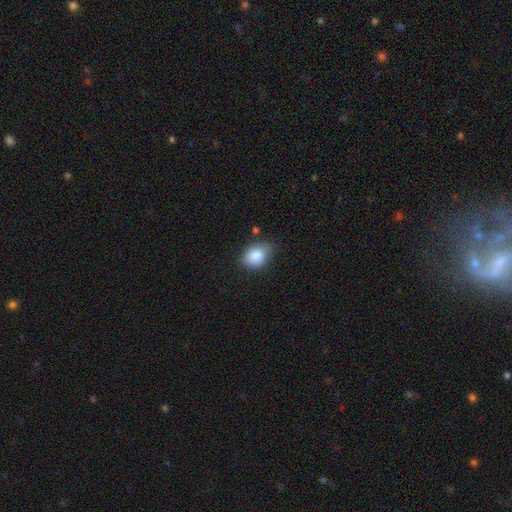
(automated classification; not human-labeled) The model was most divided on "how rounded": in between: 63%, round: 36%, cigar-shaped: 1%. More confident: smooth or featured — smooth (87%); merging — none (59%).